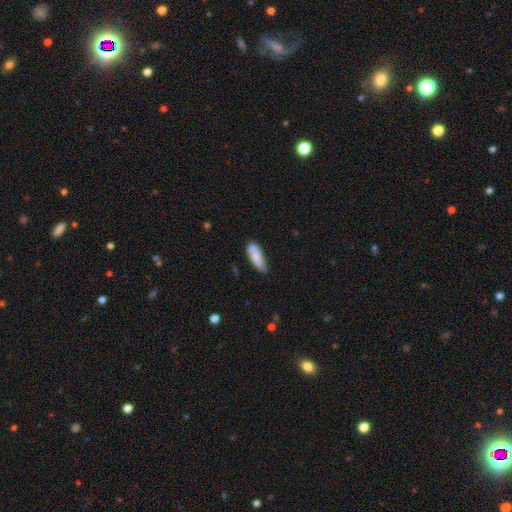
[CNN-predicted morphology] Smooth or featured? smooth (74%)
How rounded? in between (65%)
Merging? none (60%)